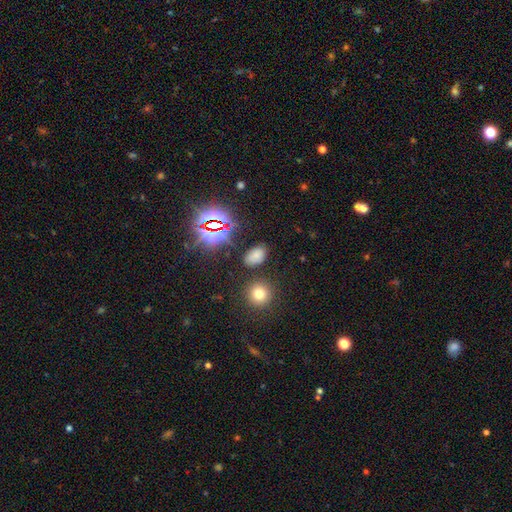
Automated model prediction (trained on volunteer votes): smooth 65%, star or artifact 28%, featured or disk 7%. Down the decision tree: how rounded — in between (86%); merging — none (82%).